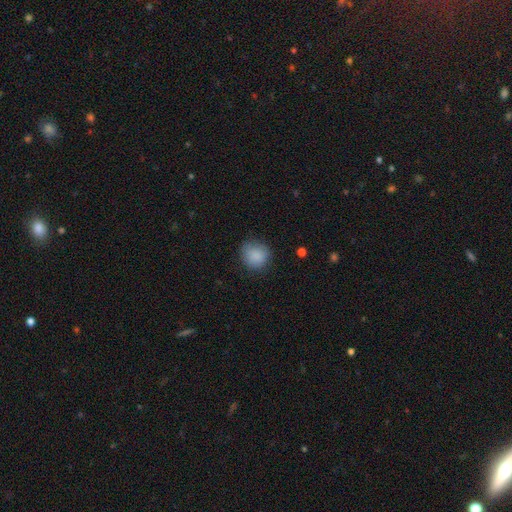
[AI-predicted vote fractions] This appears to be a smooth galaxy with no disk features (86%) that is round (84%). Merging: none (76%).